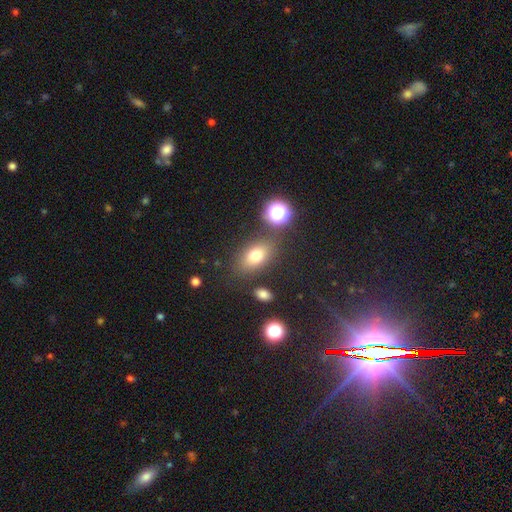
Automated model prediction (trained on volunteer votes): smooth_or_featured: smooth (p=0.73) [alt: star or artifact p=0.14]
how_rounded: in between (p=0.78) [alt: round p=0.19]
merging: none (p=0.77) [alt: minor disturbance p=0.12]